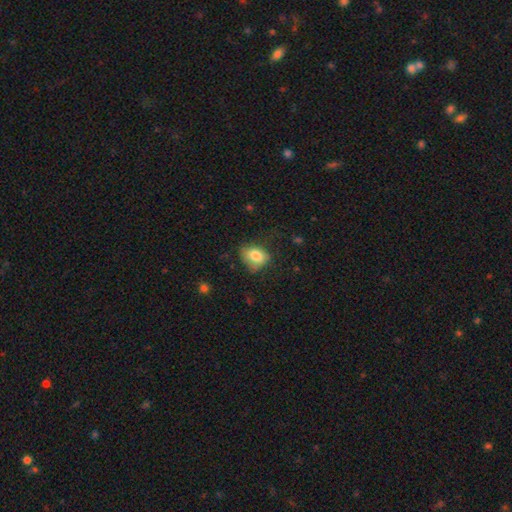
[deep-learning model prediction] Smooth or featured?
  - smooth: 81% *
  - featured or disk: 11%
  - star or artifact: 9%
How rounded?
  - in between: 66% *
  - round: 33%
  - cigar-shaped: 1%
Merging?
  - none: 52% *
  - minor disturbance: 32%
  - major disturbance: 14%
  - merger: 2%